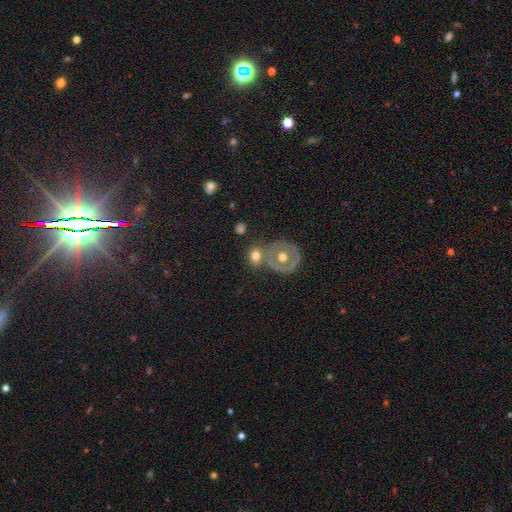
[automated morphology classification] This is likely a smooth galaxy (62%). How rounded: likely round (69%). Merging: possibly none (52%).